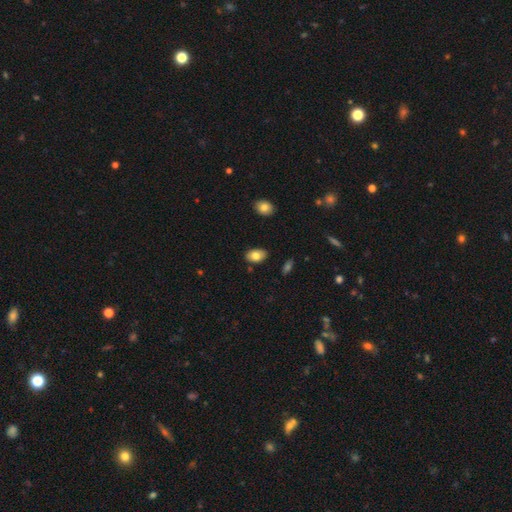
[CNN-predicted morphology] smooth_or_featured: smooth (p=0.79) [alt: featured or disk p=0.14]
how_rounded: in between (p=0.90) [alt: round p=0.09]
merging: none (p=0.86) [alt: minor disturbance p=0.10]